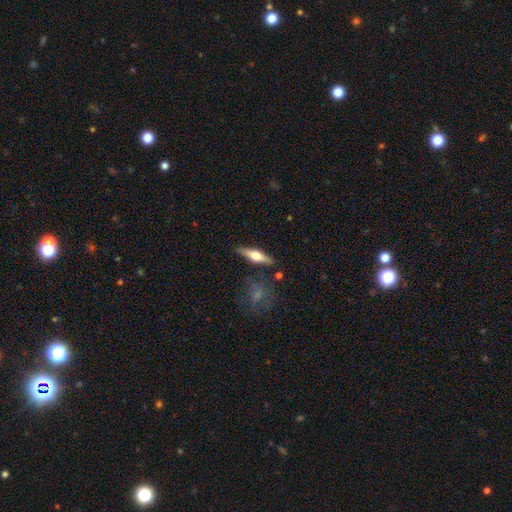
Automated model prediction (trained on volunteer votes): featured or disk 48%, smooth 46%, star or artifact 6%. Down the decision tree: merging — none (83%).